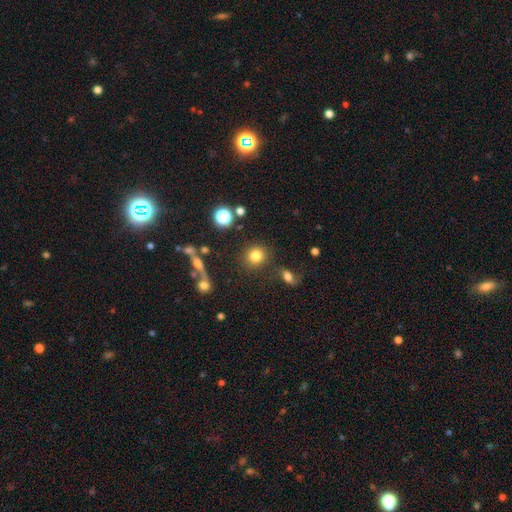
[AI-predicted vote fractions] Smooth or featured? Predicted: smooth (p=0.79). How rounded? Predicted: round (p=0.86). Merging? Predicted: none (p=0.82).